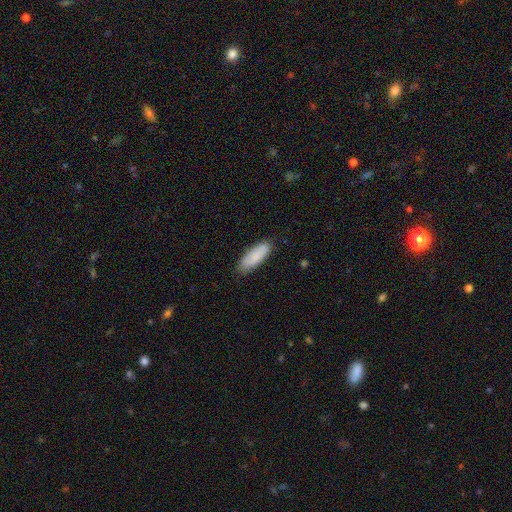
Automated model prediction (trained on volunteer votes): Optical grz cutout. It shows a smooth galaxy with no disk features (84%) that is in between round and cigar-shaped (66%). Merging: none (83%).